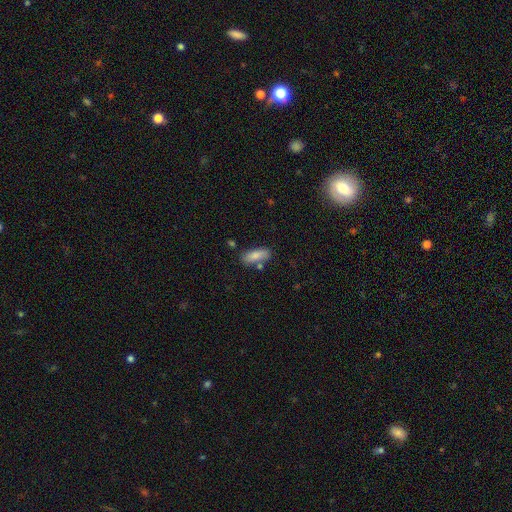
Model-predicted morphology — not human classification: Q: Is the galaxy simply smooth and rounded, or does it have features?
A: smooth — 83%.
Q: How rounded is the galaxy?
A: in between — 70%.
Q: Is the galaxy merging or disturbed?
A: none — 75%.